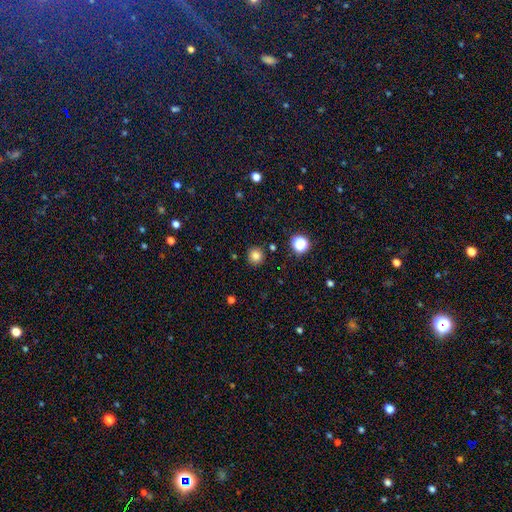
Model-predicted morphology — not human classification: smooth-or-featured: smooth: 81% | star or artifact: 14% | featured or disk: 5%
  how-rounded: round: 94% | in between: 5% | cigar-shaped: 1%
  merging: none: 90% | minor disturbance: 6% | merger: 2% | major disturbance: 2%